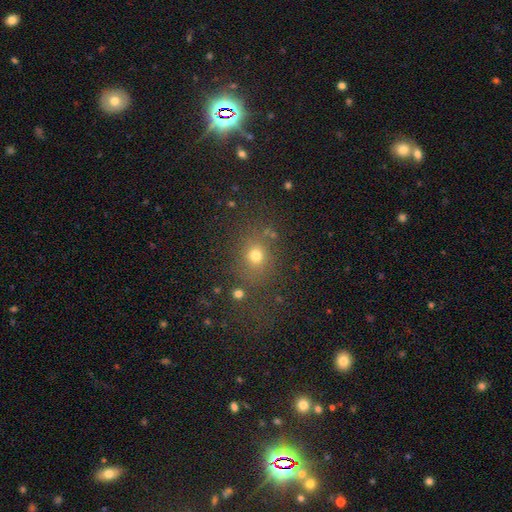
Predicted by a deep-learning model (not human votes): A smooth galaxy with no disk features (67%) that is round (68%).

Vote fractions:
- Smooth or featured? smooth: 67% / star or artifact: 23% / featured or disk: 10%
- How rounded? round: 68% / in between: 30% / cigar-shaped: 2%
- Merging? none: 73% / minor disturbance: 12% / major disturbance: 7% / merger: 7%